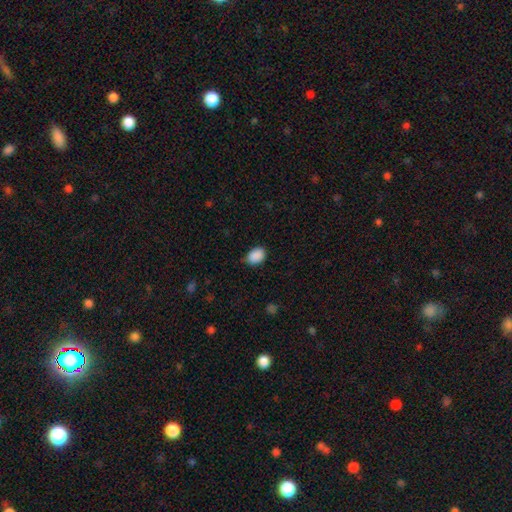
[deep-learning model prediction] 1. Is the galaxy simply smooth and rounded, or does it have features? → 89% smooth, 8% star or artifact, 3% featured or disk.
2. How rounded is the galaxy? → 72% in between, 27% round, 1% cigar-shaped.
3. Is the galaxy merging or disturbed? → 72% none, 23% minor disturbance, 4% major disturbance, 1% merger.